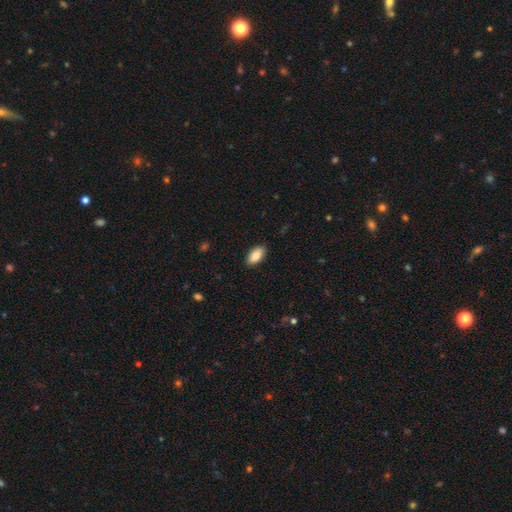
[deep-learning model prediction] Smooth or featured? smooth (87%)
How rounded? in between (94%)
Merging? none (89%)